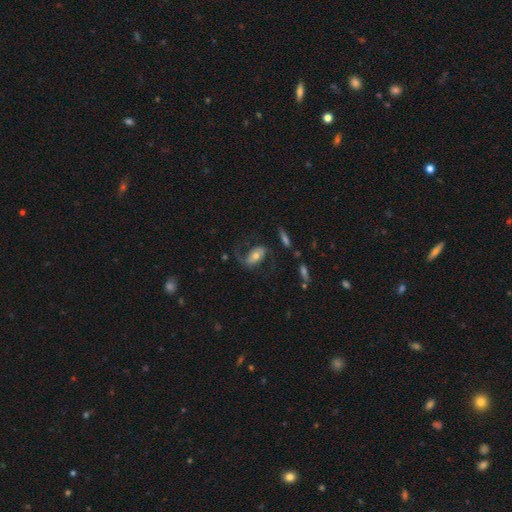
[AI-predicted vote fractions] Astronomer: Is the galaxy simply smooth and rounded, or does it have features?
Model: featured or disk — 68%.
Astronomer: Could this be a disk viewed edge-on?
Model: no — 94%.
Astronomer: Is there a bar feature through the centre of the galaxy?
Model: no — 49% (runner-up: weak, 31%).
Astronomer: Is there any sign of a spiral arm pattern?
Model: yes — 87%.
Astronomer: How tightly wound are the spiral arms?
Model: loose — 61%.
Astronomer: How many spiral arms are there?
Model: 2 — 68%.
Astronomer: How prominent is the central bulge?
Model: moderate — 57%.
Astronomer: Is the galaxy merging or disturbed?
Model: none — 53% (runner-up: major disturbance, 28%).